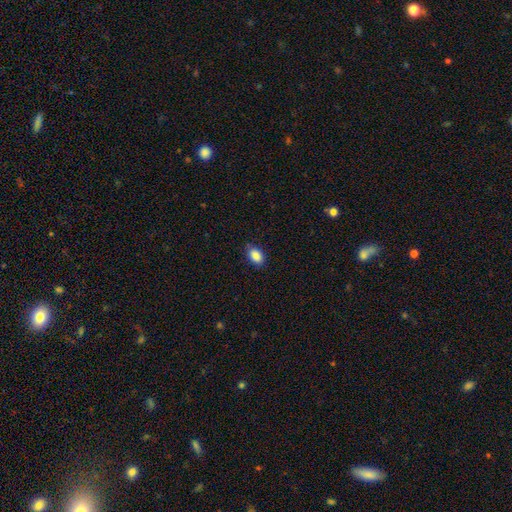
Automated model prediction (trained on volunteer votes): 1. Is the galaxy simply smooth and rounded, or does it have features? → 88% smooth, 8% star or artifact, 4% featured or disk.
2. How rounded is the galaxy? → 88% in between, 11% round, 2% cigar-shaped.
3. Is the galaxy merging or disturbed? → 83% none, 13% minor disturbance, 3% major disturbance, 1% merger.